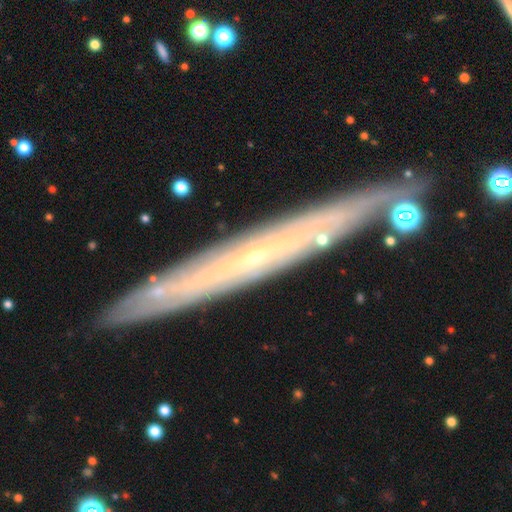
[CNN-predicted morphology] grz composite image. It shows a featured or disk galaxy (73%) viewed edge-on (81%) with no central bulge (72%). Merging: none (88%).